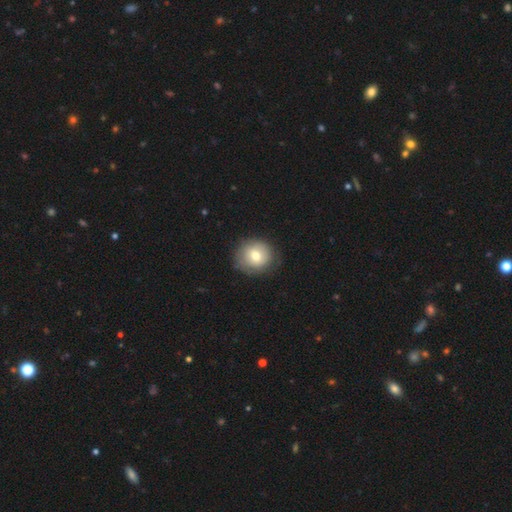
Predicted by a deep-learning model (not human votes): smooth-or-featured: smooth: 72% | featured or disk: 19% | star or artifact: 9%
  how-rounded: round: 85% | in between: 14% | cigar-shaped: 1%
  merging: none: 82% | minor disturbance: 14% | major disturbance: 4% | merger: 1%